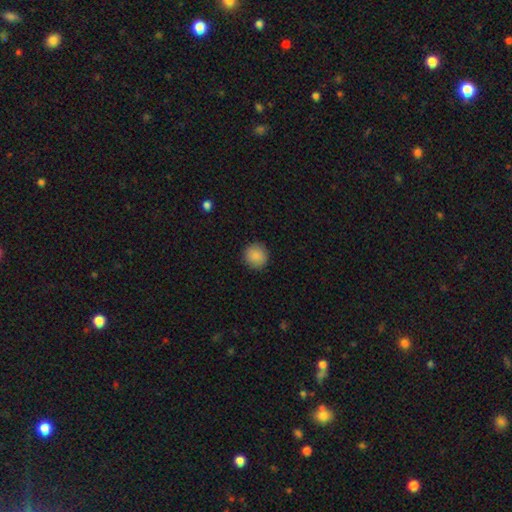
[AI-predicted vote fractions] Smooth or featured?
  - smooth: 88% *
  - star or artifact: 8%
  - featured or disk: 4%
How rounded?
  - round: 94% *
  - in between: 5%
  - cigar-shaped: 1%
Merging?
  - none: 91% *
  - minor disturbance: 6%
  - major disturbance: 2%
  - merger: 1%